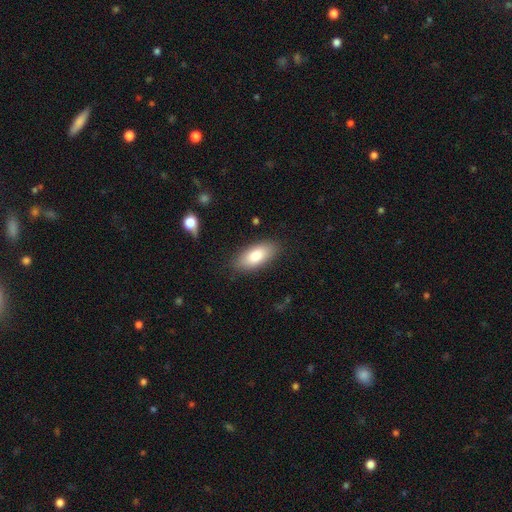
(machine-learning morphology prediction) Smooth or featured? Predicted: smooth (p=0.82). How rounded? Predicted: in between (p=0.88). Merging? Predicted: none (p=0.85).